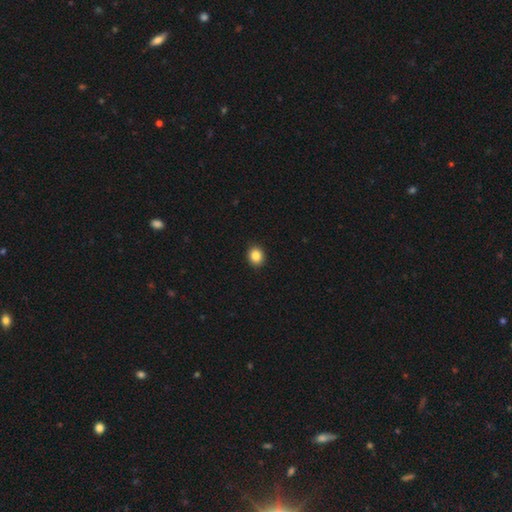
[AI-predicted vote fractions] smooth 86%, star or artifact 10%, featured or disk 4%. Down the decision tree: how rounded — round (71%); merging — none (91%).